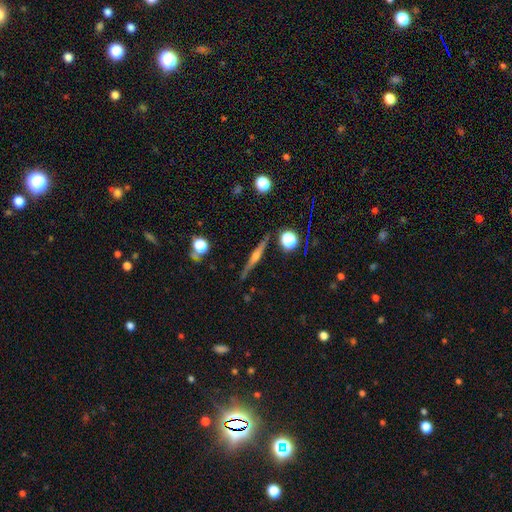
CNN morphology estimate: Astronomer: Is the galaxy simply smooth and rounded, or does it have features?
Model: featured or disk — 72%.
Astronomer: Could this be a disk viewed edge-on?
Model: yes — 98%.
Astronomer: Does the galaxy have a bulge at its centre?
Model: rounded — 85%.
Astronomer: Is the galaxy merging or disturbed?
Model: none — 88%.